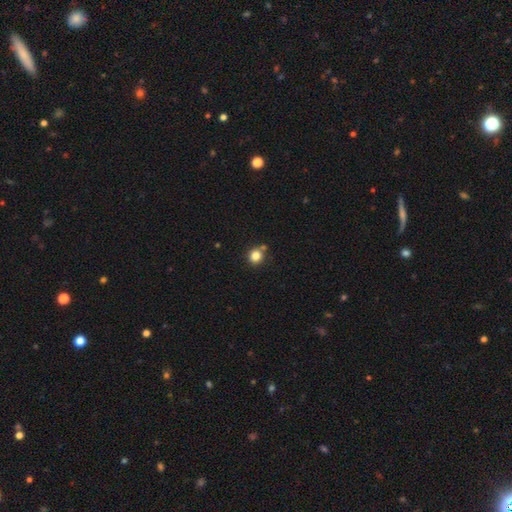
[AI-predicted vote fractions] smooth-or-featured: smooth: 83% | star or artifact: 12% | featured or disk: 5%
  how-rounded: round: 88% | in between: 11% | cigar-shaped: 1%
  merging: none: 74% | merger: 11% | minor disturbance: 11% | major disturbance: 3%